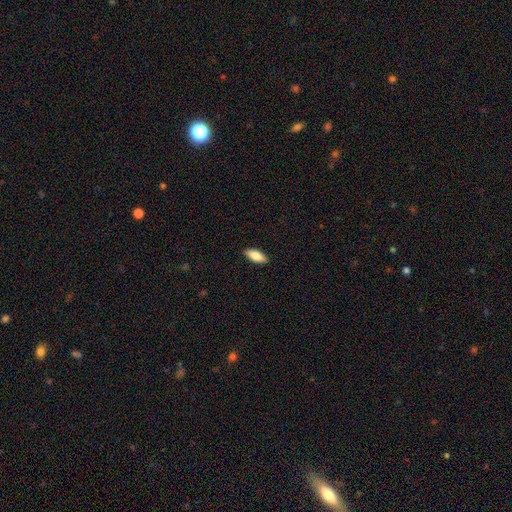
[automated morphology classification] smooth_or_featured: smooth (p=0.83) [alt: featured or disk p=0.11]
how_rounded: in between (p=0.81) [alt: cigar-shaped p=0.17]
merging: none (p=0.89) [alt: minor disturbance p=0.08]